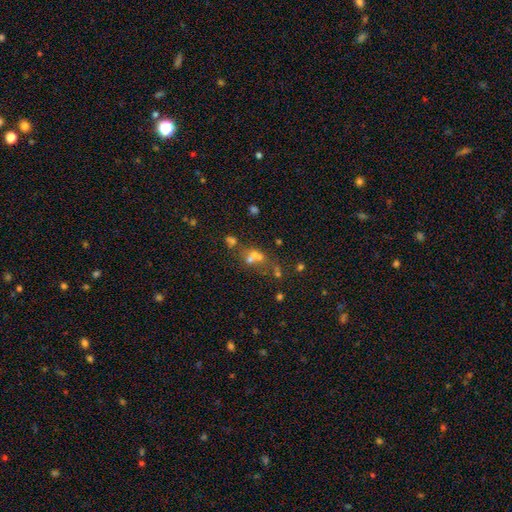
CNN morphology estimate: The model was most divided on "smooth or featured": smooth: 38%, star or artifact: 35%, featured or disk: 27%. Remaining: merging — merger (44%).